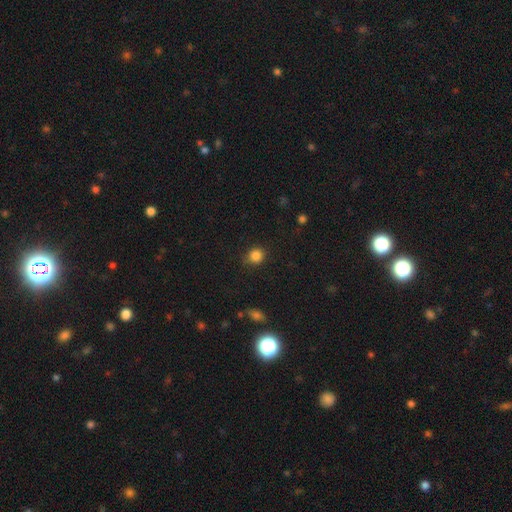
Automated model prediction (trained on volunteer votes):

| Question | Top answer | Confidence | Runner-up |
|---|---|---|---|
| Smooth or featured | smooth | 85% | star or artifact (11%) |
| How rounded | round | 82% | in between (17%) |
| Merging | none | 82% | minor disturbance (13%) |